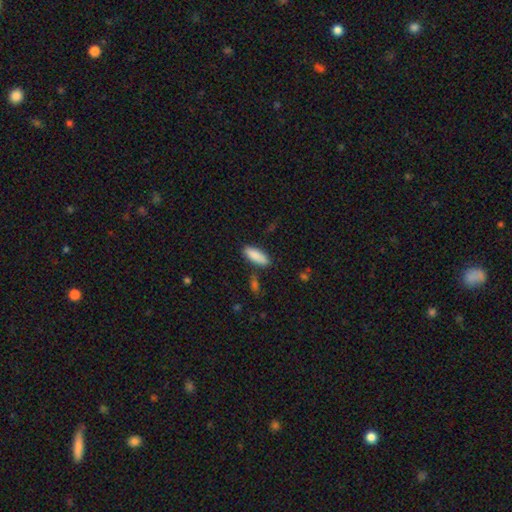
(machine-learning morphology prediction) The model was most divided on "how rounded": in between: 69%, cigar-shaped: 29%, round: 2%. More confident: smooth or featured — smooth (88%); merging — none (81%).